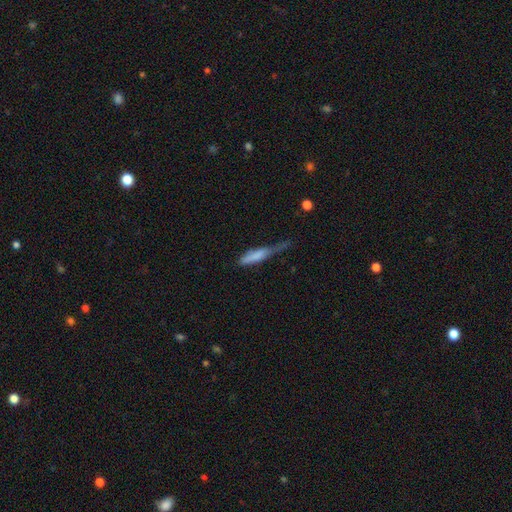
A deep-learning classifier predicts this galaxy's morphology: This appears to be a smooth galaxy with no disk features (71%) that is cigar-shaped (78%). Merging: minor disturbance (38%).